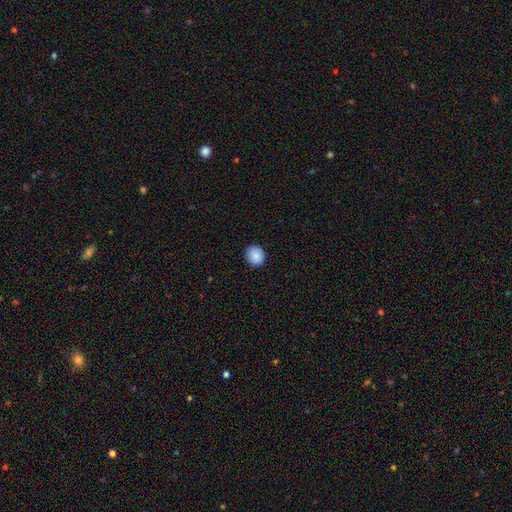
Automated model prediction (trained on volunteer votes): Smooth or featured?
  - smooth: 87% *
  - star or artifact: 8%
  - featured or disk: 5%
How rounded?
  - round: 75% *
  - in between: 24%
  - cigar-shaped: 1%
Merging?
  - none: 89% *
  - minor disturbance: 9%
  - major disturbance: 2%
  - merger: 1%